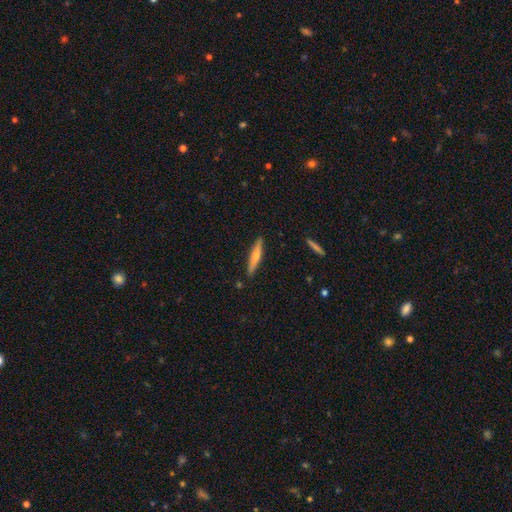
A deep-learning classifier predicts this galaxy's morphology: smooth-or-featured: featured or disk: 48% | smooth: 46% | star or artifact: 6%
  merging: none: 89% | minor disturbance: 8% | major disturbance: 1% | merger: 1%